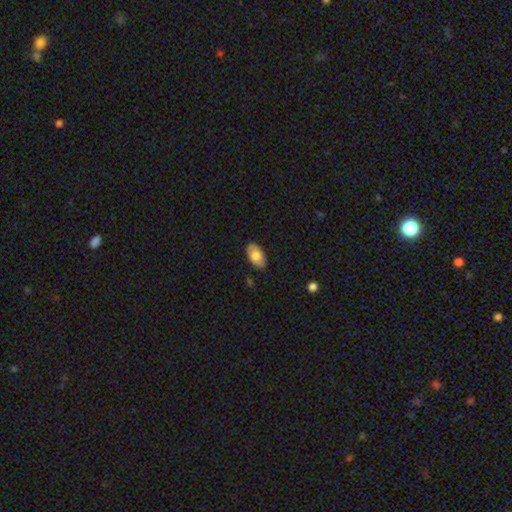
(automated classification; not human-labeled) Smooth or featured: smooth — 74% (featured or disk — 19%)
How rounded: in between — 94% (round — 4%)
Merging: none — 85% (minor disturbance — 12%)